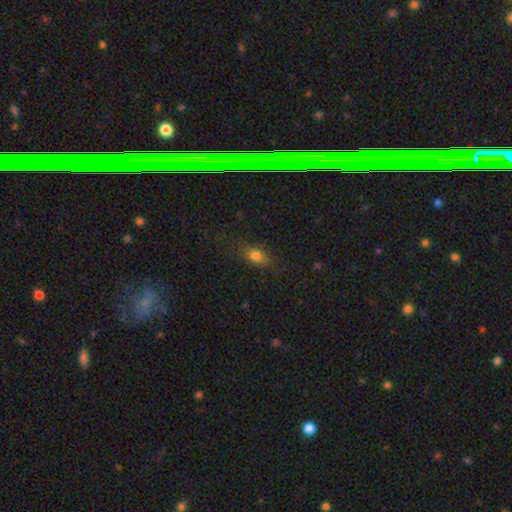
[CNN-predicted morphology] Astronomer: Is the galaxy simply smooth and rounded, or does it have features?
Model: smooth — 76%.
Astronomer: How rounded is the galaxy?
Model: in between — 73%.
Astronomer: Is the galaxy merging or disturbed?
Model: none — 75%.